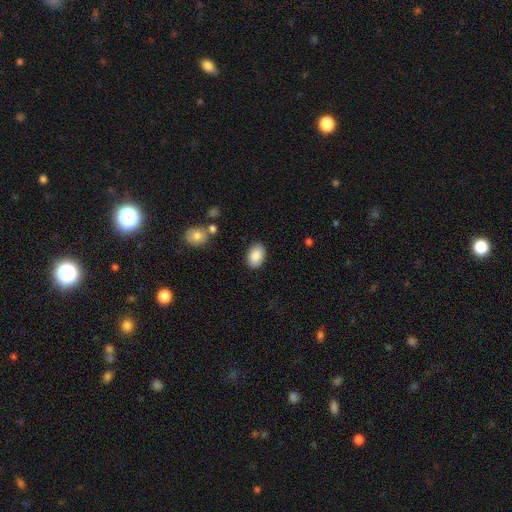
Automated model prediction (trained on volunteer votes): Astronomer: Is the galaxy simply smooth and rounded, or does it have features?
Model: smooth — 88%.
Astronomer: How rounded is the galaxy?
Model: in between — 87%.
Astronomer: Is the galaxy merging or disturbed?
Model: none — 87%.